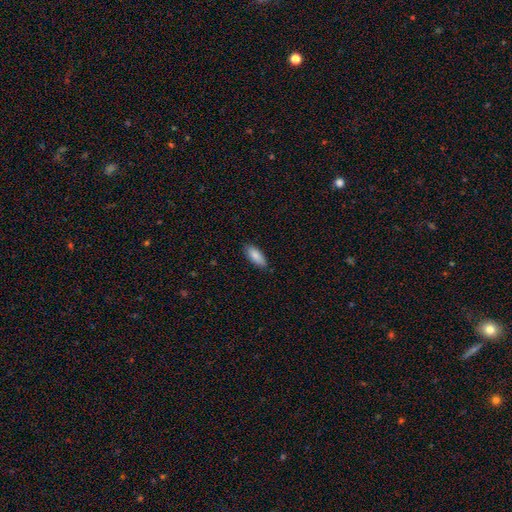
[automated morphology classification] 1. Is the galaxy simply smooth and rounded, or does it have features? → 86% smooth, 8% featured or disk, 6% star or artifact.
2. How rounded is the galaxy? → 77% in between, 22% cigar-shaped, 2% round.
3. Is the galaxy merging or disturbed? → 85% none, 12% minor disturbance, 2% major disturbance, 1% merger.